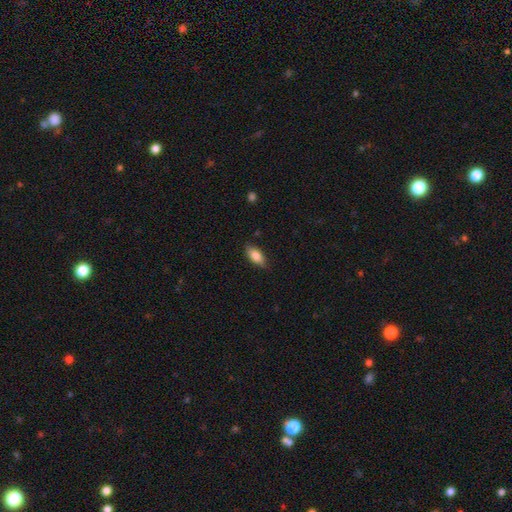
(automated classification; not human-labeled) This appears to be a smooth galaxy with no disk features (81%) that is in between round and cigar-shaped (84%). Merging: none (83%).